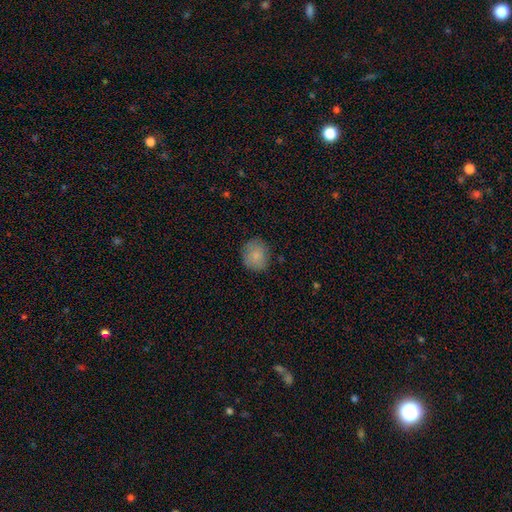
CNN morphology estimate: This appears to be a smooth galaxy with no disk features (83%) that is round (80%). Merging: none (82%).